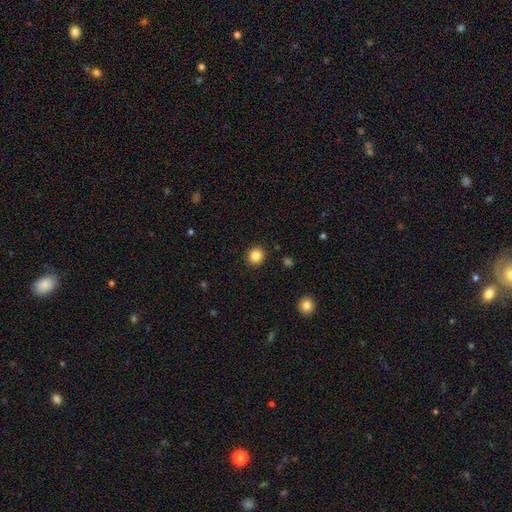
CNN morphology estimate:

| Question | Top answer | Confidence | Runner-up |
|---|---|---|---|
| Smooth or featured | smooth | 85% | star or artifact (11%) |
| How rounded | round | 91% | in between (8%) |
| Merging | none | 91% | minor disturbance (5%) |